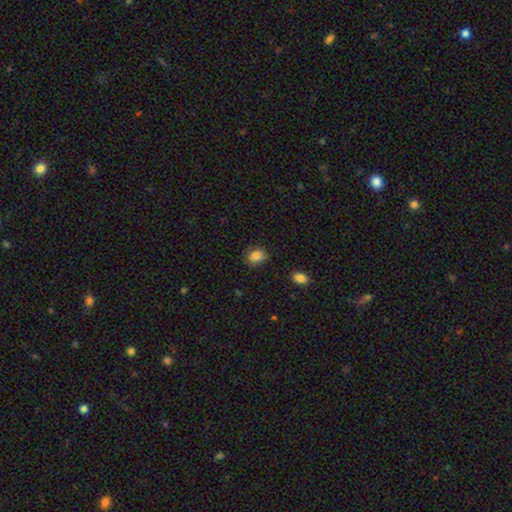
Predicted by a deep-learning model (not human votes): Morphology: type=smooth (84%); roundness=in between (59%); merging=none (64%).